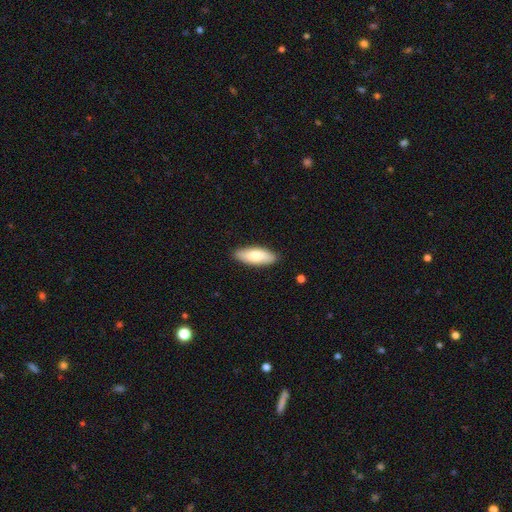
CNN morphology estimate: smooth 78%, featured or disk 17%, star or artifact 5%. Down the decision tree: how rounded — in between (73%); merging — none (88%).